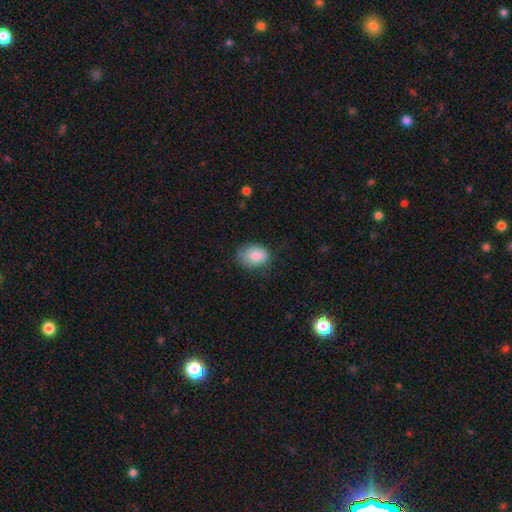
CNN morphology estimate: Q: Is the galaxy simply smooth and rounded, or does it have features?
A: smooth — 82%.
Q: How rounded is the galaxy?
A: in between — 70%.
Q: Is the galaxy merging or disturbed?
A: none — 63%.